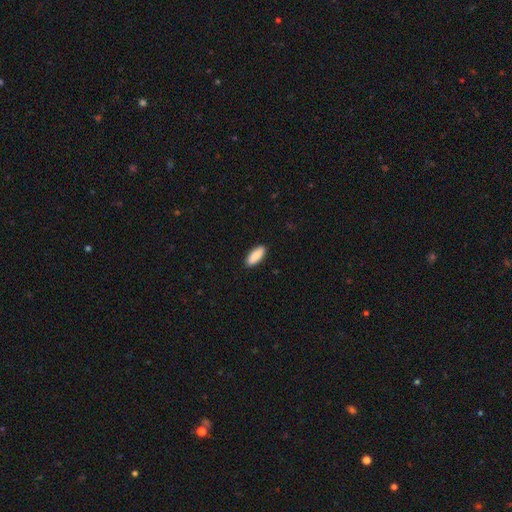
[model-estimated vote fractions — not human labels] Q: Smooth or featured?
A: smooth (89%); runner-up: featured or disk (5%)
Q: How rounded?
A: in between (71%); runner-up: cigar-shaped (27%)
Q: Merging?
A: none (90%); runner-up: minor disturbance (7%)